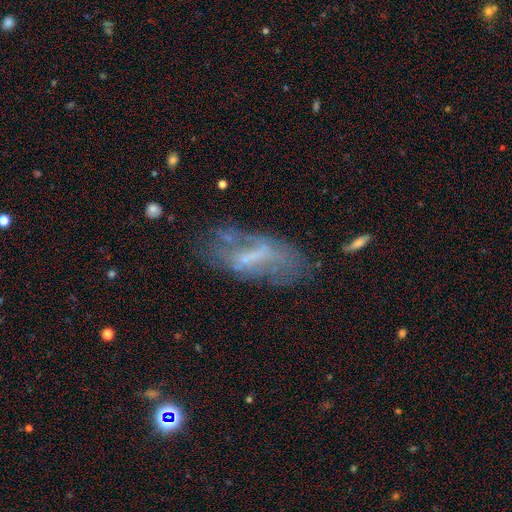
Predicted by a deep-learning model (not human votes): smooth_or_featured: featured or disk (p=0.57) [alt: smooth p=0.31]
disk_edge_on: no (p=0.85) [alt: yes p=0.15]
merging: none (p=0.53) [alt: minor disturbance p=0.24]